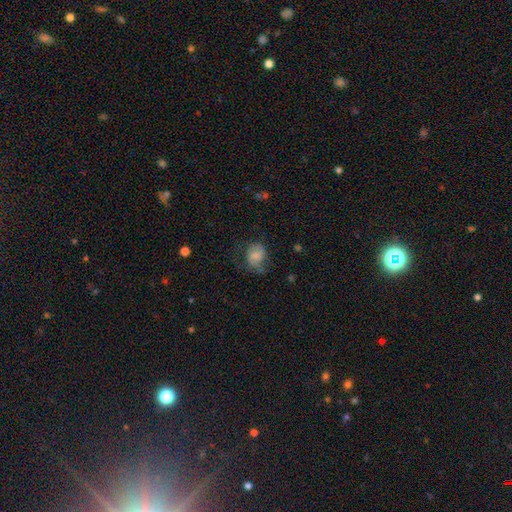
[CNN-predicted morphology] Smooth or featured: smooth — 58% (featured or disk — 33%)
How rounded: round — 50% (in between — 49%)
Merging: none — 46% (minor disturbance — 29%)